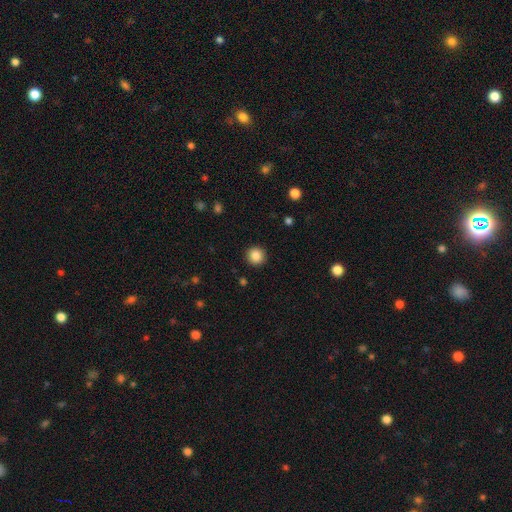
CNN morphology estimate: Smooth or featured: smooth — 86% (star or artifact — 10%)
How rounded: round — 95% (in between — 4%)
Merging: none — 92% (minor disturbance — 5%)